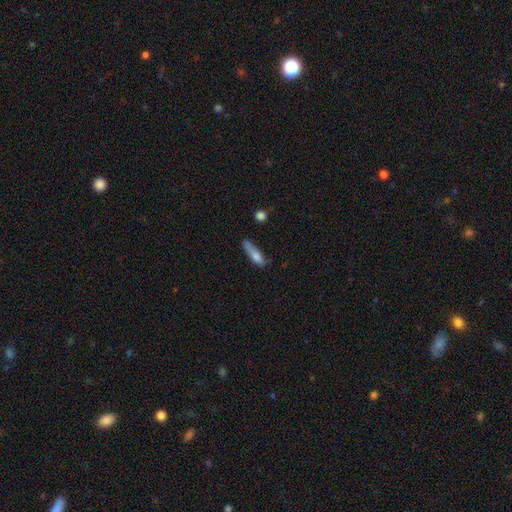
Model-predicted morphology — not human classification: Q: Smooth or featured?
A: smooth (72%); runner-up: featured or disk (21%)
Q: How rounded?
A: cigar-shaped (73%); runner-up: in between (25%)
Q: Merging?
A: none (51%); runner-up: minor disturbance (32%)